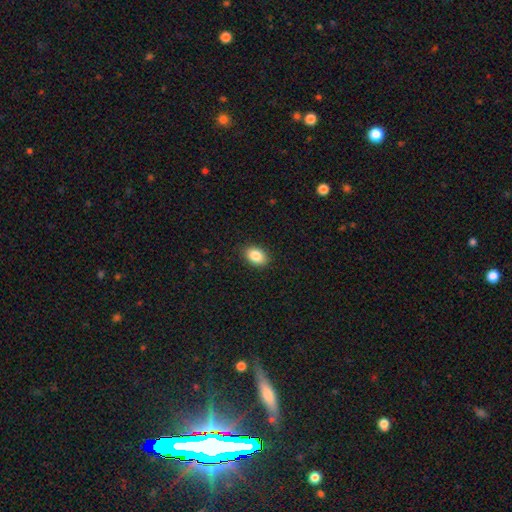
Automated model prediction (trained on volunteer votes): Smooth or featured? smooth (87%)
How rounded? in between (85%)
Merging? none (90%)